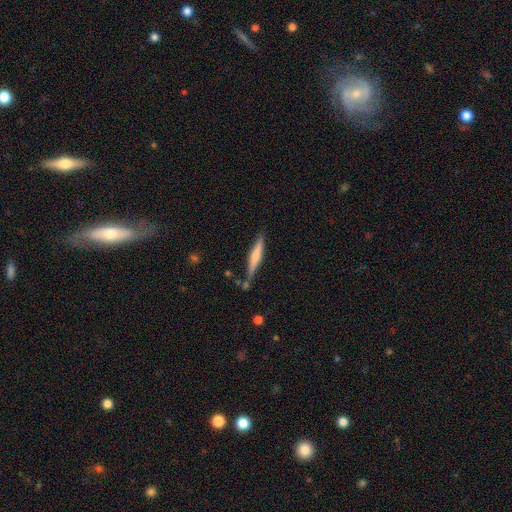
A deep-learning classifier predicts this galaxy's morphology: This appears to be a smooth galaxy with no disk features (52%) that is cigar-shaped (91%). Merging: none (77%).